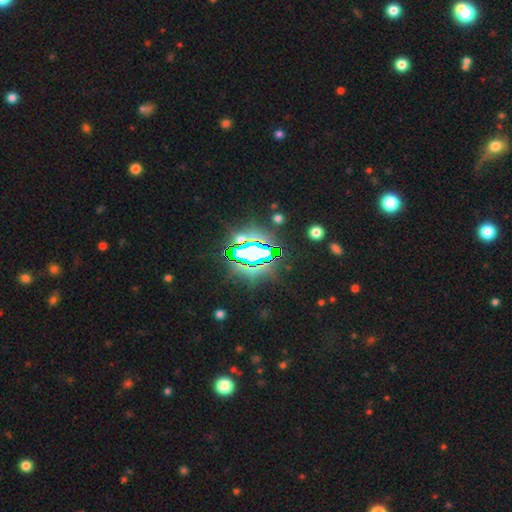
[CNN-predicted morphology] star or artifact 78%, smooth 12%, featured or disk 10%.